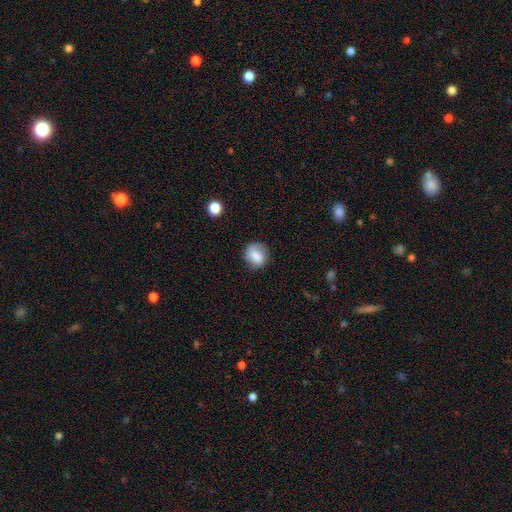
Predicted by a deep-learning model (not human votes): Q: Smooth or featured?
A: smooth (74%); runner-up: featured or disk (17%)
Q: How rounded?
A: round (68%); runner-up: in between (30%)
Q: Merging?
A: none (71%); runner-up: minor disturbance (20%)